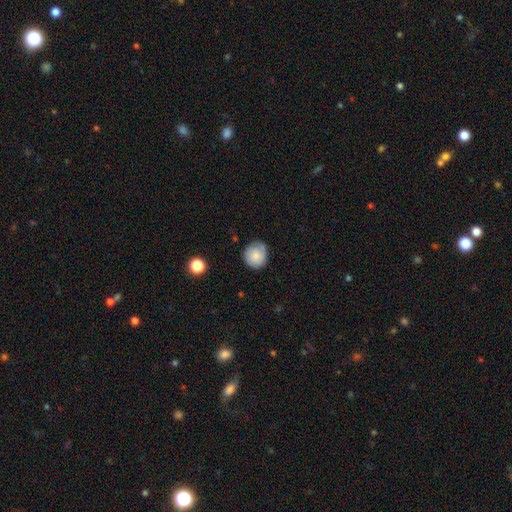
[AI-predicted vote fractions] Smooth or featured?
  - smooth: 74% *
  - featured or disk: 18%
  - star or artifact: 8%
How rounded?
  - round: 86% *
  - in between: 13%
  - cigar-shaped: 1%
Merging?
  - none: 73% *
  - minor disturbance: 21%
  - major disturbance: 5%
  - merger: 1%